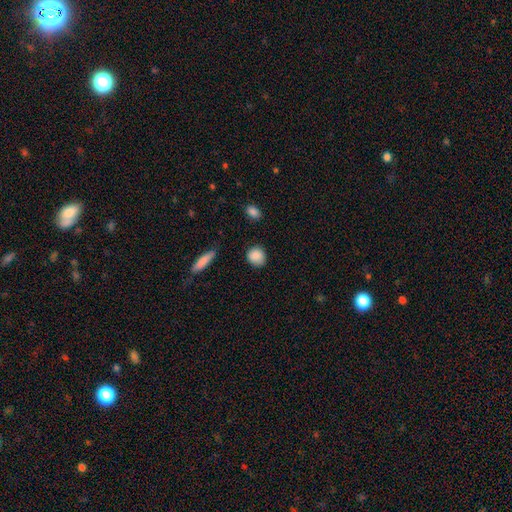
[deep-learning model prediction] This appears to be a smooth galaxy with no disk features (88%) that is round (78%). Merging: none (85%).